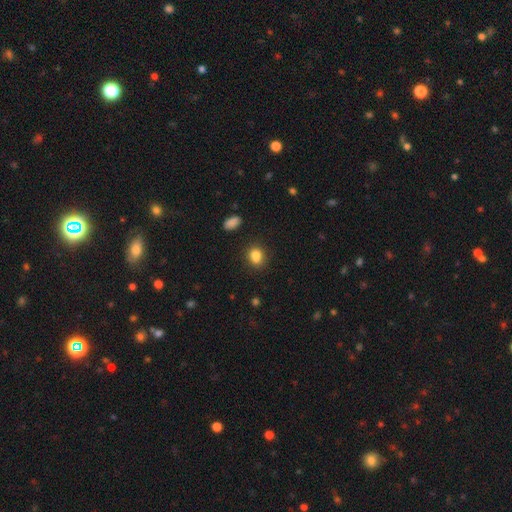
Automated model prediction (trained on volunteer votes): Overall: smooth (85%). How rounded: round (55%; in between 44%). Merging: none (84%).